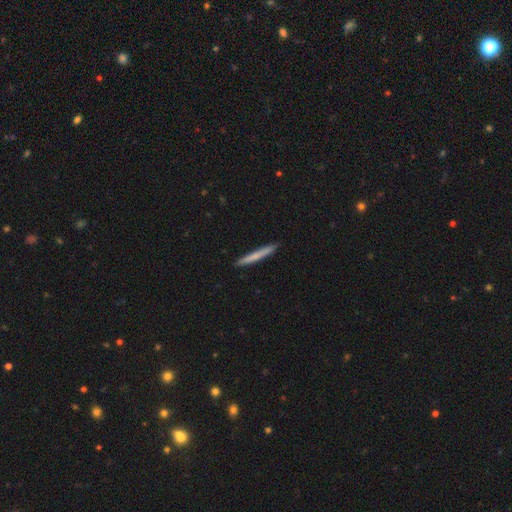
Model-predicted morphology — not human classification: A smooth galaxy with no disk features (69%) that is cigar-shaped (97%). Merging: none (91%).